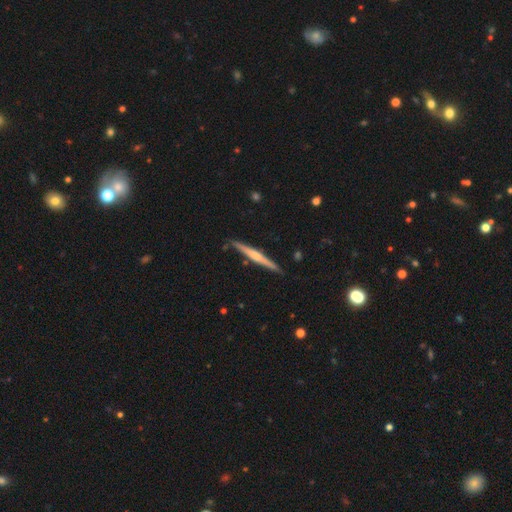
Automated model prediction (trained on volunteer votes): Smooth or featured: featured or disk — 64% (smooth — 31%)
Edge-on disk: yes — 98% (no — 2%)
Edge-on bulge: rounded — 64% (none — 23%)
Merging: none — 89% (minor disturbance — 8%)